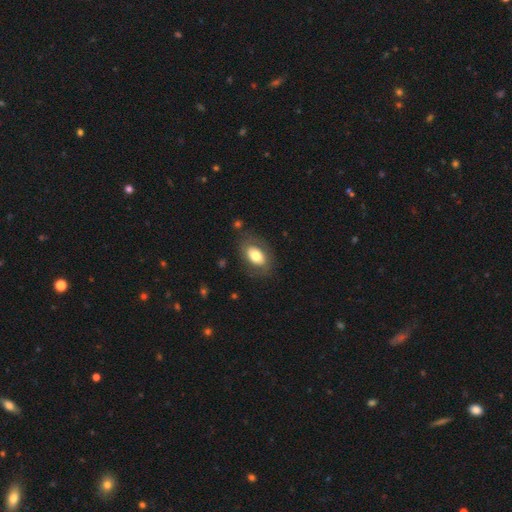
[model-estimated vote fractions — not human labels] A smooth galaxy with no disk features (66%) that is in between round and cigar-shaped (88%). Merging: none (77%).